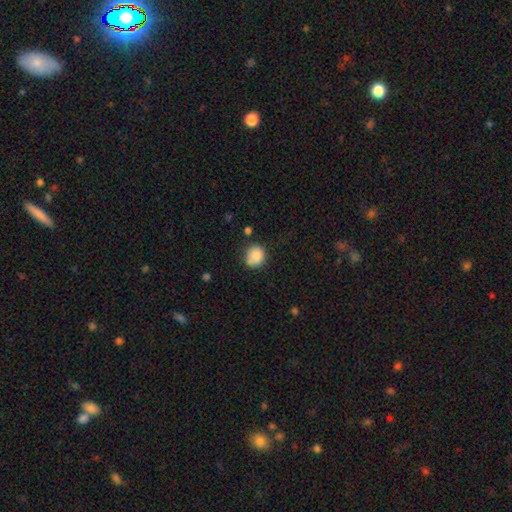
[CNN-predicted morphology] smooth-or-featured: smooth: 83% | star or artifact: 9% | featured or disk: 8%
  how-rounded: round: 75% | in between: 24% | cigar-shaped: 1%
  merging: none: 65% | minor disturbance: 23% | merger: 6% | major disturbance: 5%